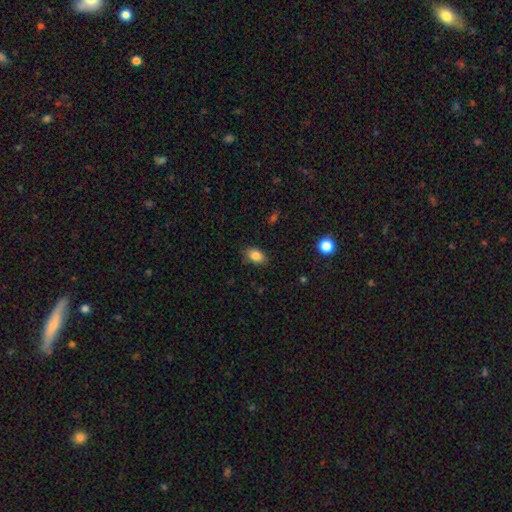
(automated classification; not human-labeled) smooth 85%, star or artifact 9%, featured or disk 6%. Down the decision tree: how rounded — in between (82%); merging — none (81%).